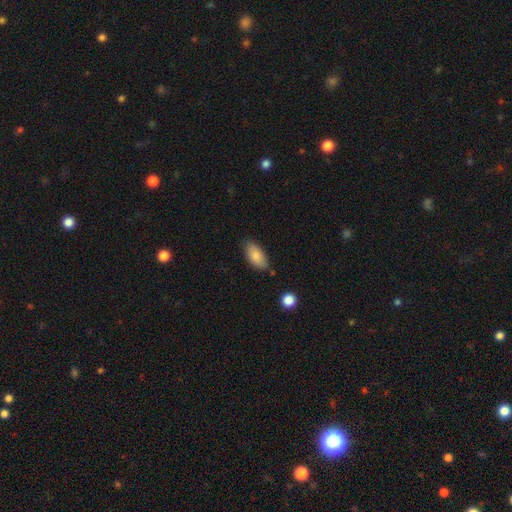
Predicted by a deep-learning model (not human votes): A smooth galaxy with no disk features (84%) that is in between round and cigar-shaped (91%). Merging: none (75%).